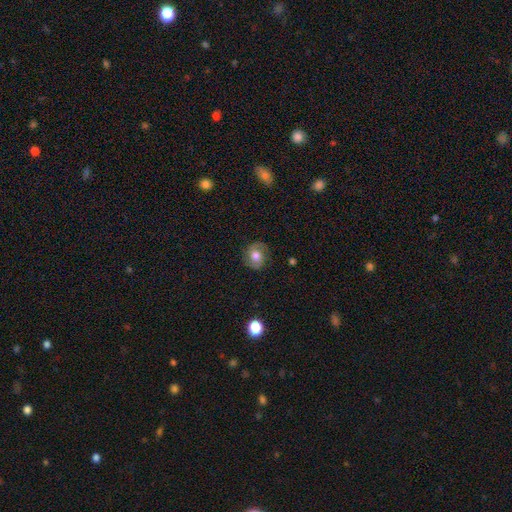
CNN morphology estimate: A smooth galaxy with no disk features (46%). Merging: none (80%).